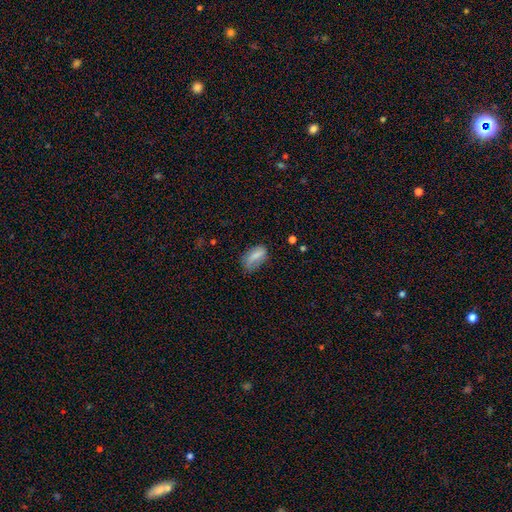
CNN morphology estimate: Smooth or featured? Predicted: smooth (p=0.76). How rounded? Predicted: in between (p=0.86). Merging? Predicted: none (p=0.54).